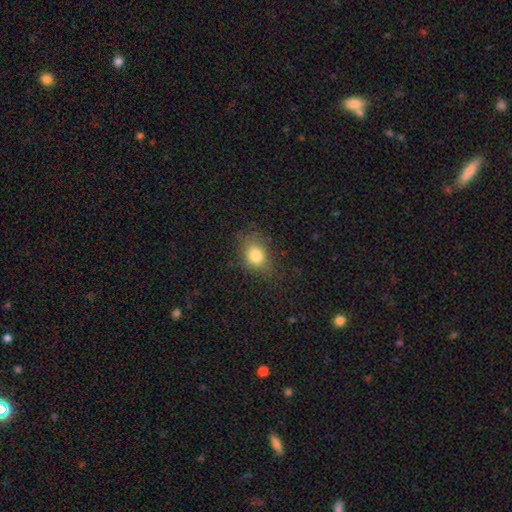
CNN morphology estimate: type=smooth (79%); roundness=in between (61%); merging=none (69%).